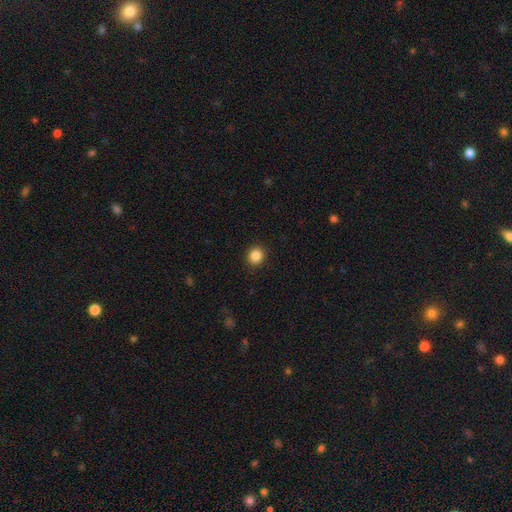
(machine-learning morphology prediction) Overall: smooth (86%). How rounded: round (83%). Merging: none (91%).